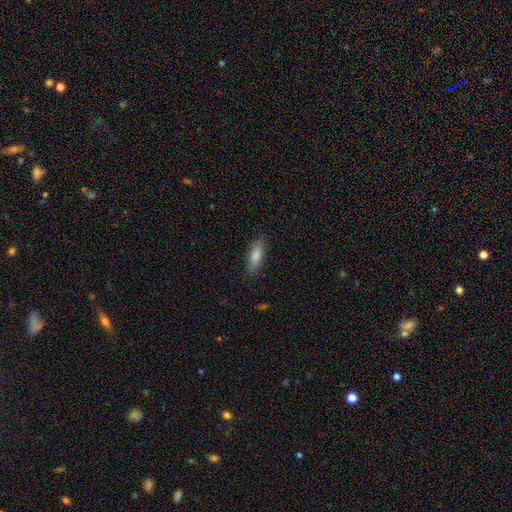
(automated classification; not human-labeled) A smooth galaxy with no disk features (85%) that is in between round and cigar-shaped (70%). Merging: none (86%).